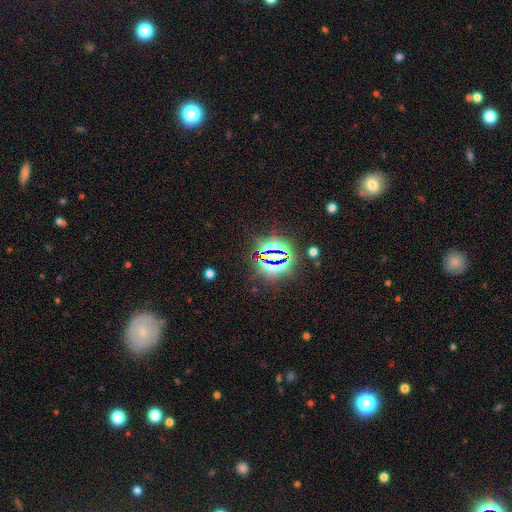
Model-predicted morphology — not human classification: Smooth or featured? star or artifact (79%)